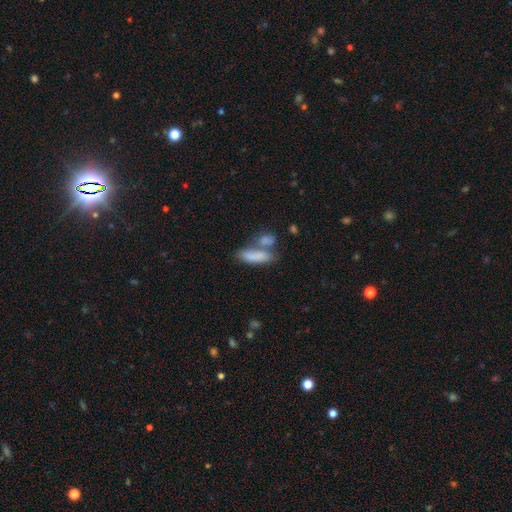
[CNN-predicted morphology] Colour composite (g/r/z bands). It shows a smooth galaxy with no disk features (78%) that is in between round and cigar-shaped (55%). Merging: merger (45%).